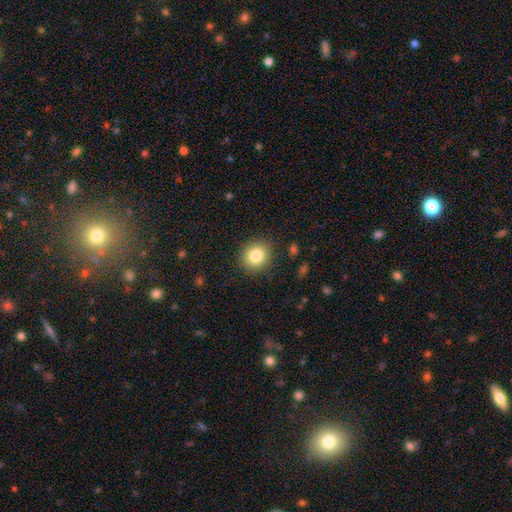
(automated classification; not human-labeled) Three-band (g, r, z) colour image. It shows a smooth galaxy with no disk features (83%) that is round (86%). Merging: none (89%).